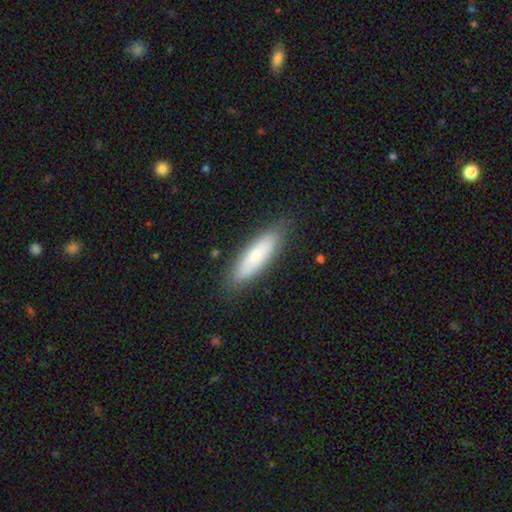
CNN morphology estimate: A smooth galaxy with no disk features (71%) that is cigar-shaped (63%).

Vote fractions:
- Smooth or featured? smooth: 71% / featured or disk: 23% / star or artifact: 6%
- How rounded? cigar-shaped: 63% / in between: 36% / round: 2%
- Merging? none: 86% / minor disturbance: 11% / major disturbance: 2% / merger: 1%